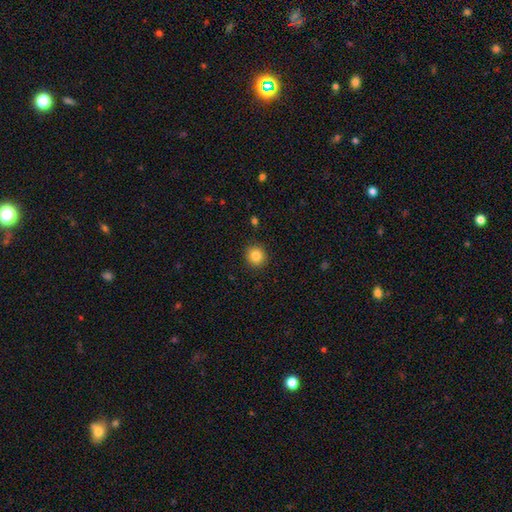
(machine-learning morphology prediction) smooth_or_featured: smooth (p=0.85) [alt: star or artifact p=0.10]
how_rounded: round (p=0.92) [alt: in between p=0.08]
merging: none (p=0.91) [alt: minor disturbance p=0.06]